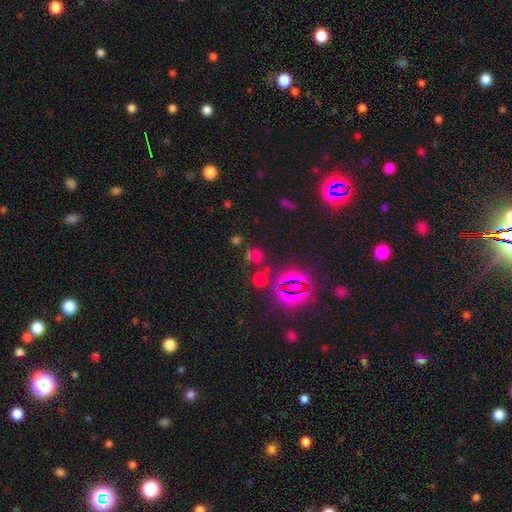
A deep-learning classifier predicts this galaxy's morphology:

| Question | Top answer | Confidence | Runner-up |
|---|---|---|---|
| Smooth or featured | smooth | 48% | star or artifact (44%) |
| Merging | none | 68% | merger (17%) |